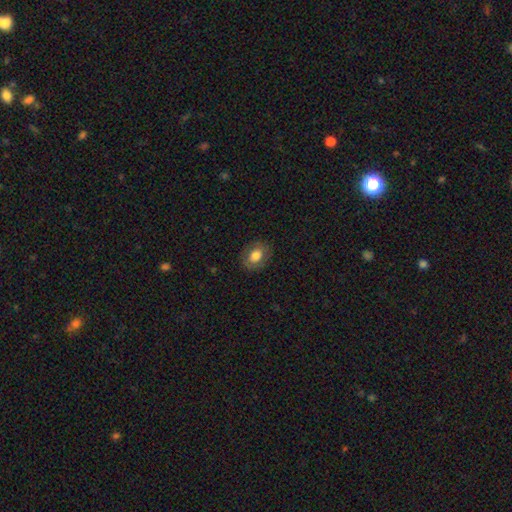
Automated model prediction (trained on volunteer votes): smooth 76%, featured or disk 16%, star or artifact 8%. Down the decision tree: how rounded — in between (62%); merging — none (84%).